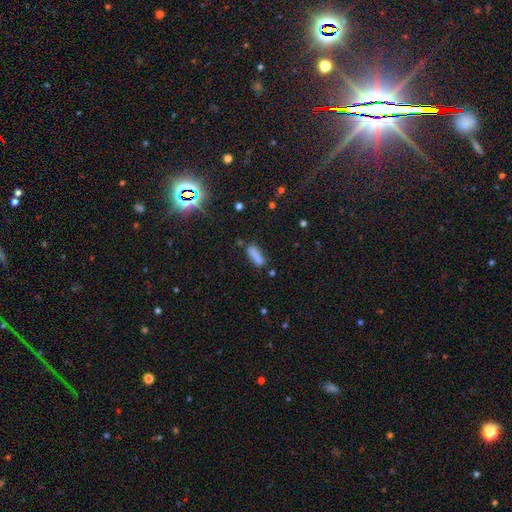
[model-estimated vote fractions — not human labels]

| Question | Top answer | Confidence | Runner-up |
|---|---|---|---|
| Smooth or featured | smooth | 82% | star or artifact (10%) |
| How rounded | cigar-shaped | 57% | in between (41%) |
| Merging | none | 73% | minor disturbance (17%) |